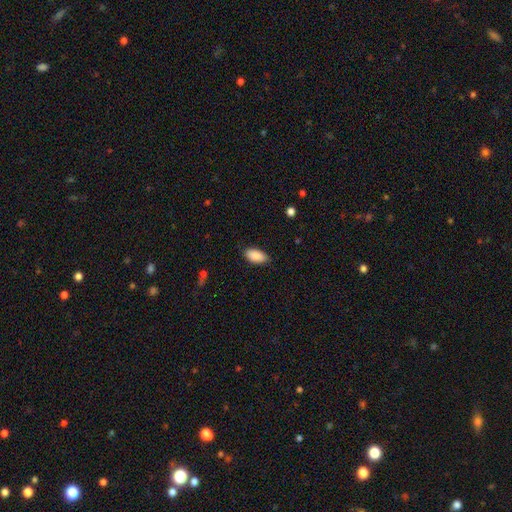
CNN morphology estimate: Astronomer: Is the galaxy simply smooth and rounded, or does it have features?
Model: smooth — 89%.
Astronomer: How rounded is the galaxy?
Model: in between — 94%.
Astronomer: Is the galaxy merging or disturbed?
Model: none — 83%.